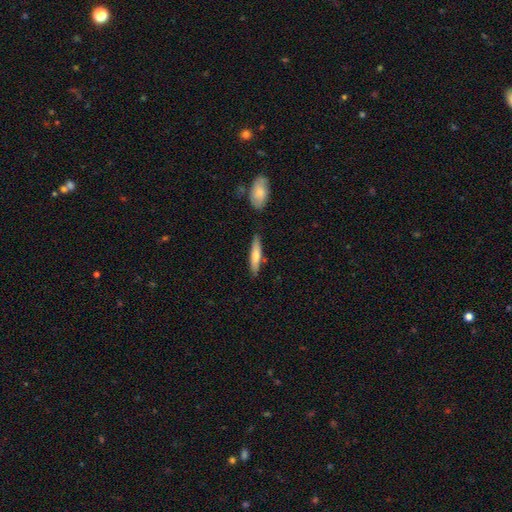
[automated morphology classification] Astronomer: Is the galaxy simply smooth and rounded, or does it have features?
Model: smooth — 64%.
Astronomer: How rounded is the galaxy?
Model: cigar-shaped — 77%.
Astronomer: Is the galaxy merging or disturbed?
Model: none — 81%.